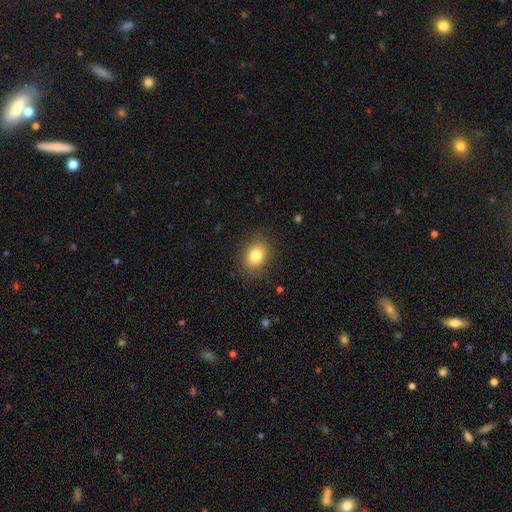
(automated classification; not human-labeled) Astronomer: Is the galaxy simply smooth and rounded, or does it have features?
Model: smooth — 82%.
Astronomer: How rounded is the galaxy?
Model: in between — 63%.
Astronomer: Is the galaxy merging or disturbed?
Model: none — 85%.